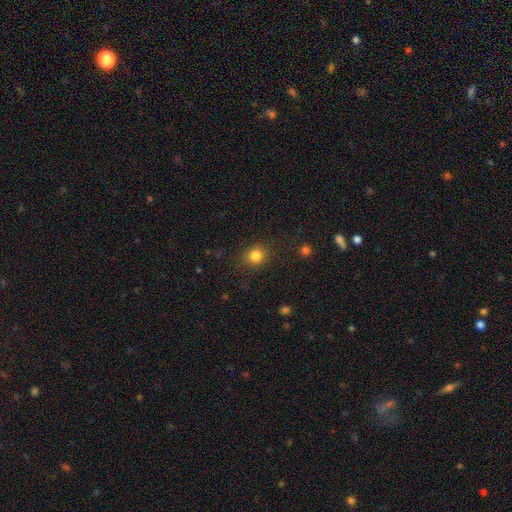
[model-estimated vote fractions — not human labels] A smooth galaxy with no disk features (83%) that is round (80%). Merging: none (84%).